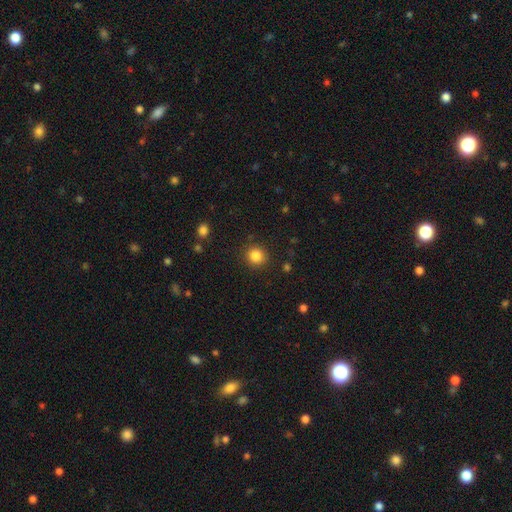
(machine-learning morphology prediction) This appears to be a smooth galaxy with no disk features (84%) that is round (91%). Merging: none (90%).